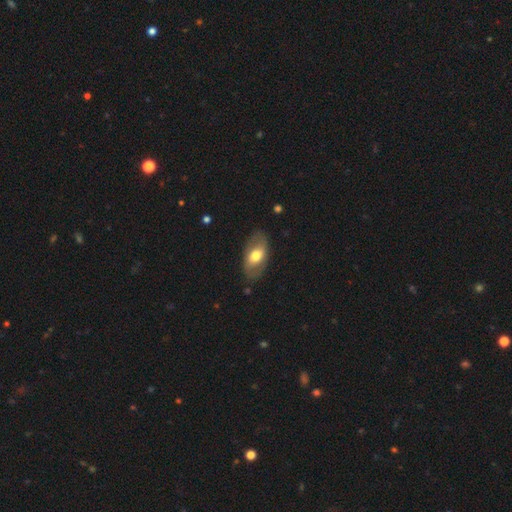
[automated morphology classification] This is possibly a smooth galaxy (47%, tied with featured or disk). Merging: likely none (79%).